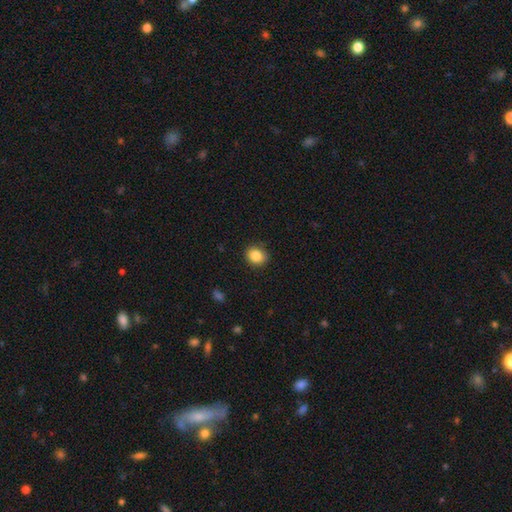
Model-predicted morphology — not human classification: Smooth or featured?
  - smooth: 86% *
  - star or artifact: 9%
  - featured or disk: 5%
How rounded?
  - round: 68% *
  - in between: 31%
  - cigar-shaped: 1%
Merging?
  - none: 85% *
  - minor disturbance: 11%
  - major disturbance: 2%
  - merger: 1%